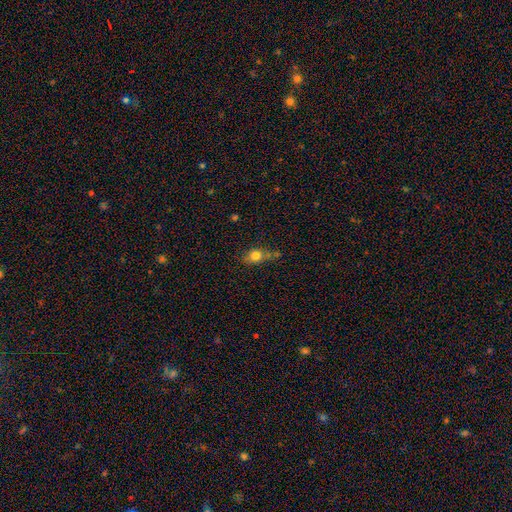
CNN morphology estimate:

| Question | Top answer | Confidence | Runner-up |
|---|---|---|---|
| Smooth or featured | smooth | 79% | star or artifact (11%) |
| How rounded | round | 50% | in between (47%) |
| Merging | none | 50% | minor disturbance (25%) |